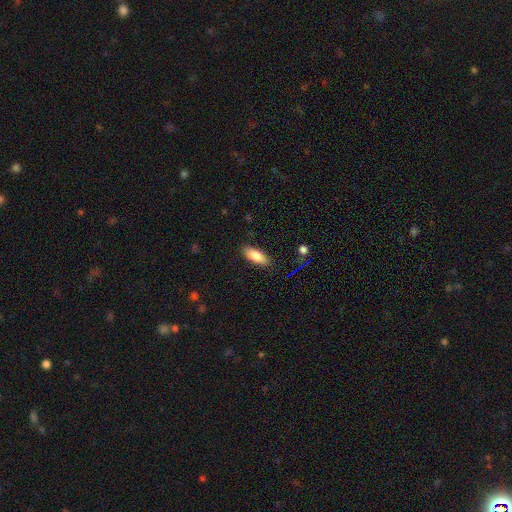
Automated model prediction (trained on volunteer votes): The model was most divided on "how rounded": in between: 75%, cigar-shaped: 23%, round: 2%. More confident: merging — none (86%); smooth or featured — smooth (81%).